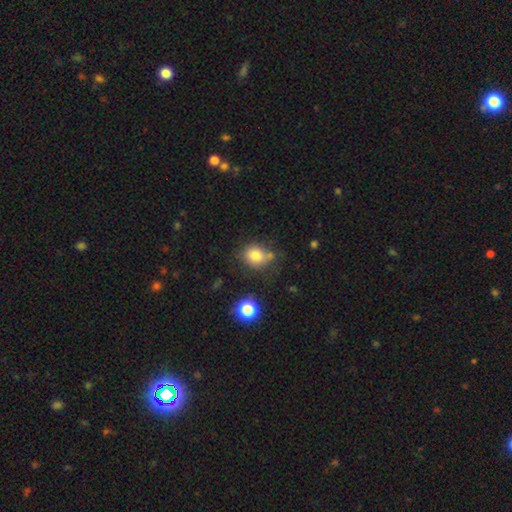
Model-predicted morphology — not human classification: Smooth or featured? smooth (80%)
How rounded? round (64%)
Merging? none (65%)